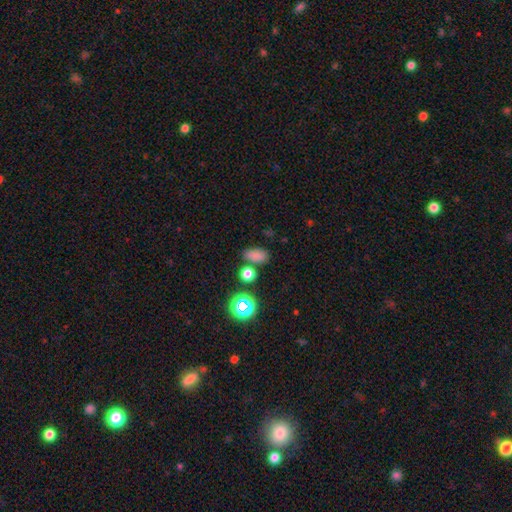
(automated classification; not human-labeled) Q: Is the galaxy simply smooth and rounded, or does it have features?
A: smooth — 77%.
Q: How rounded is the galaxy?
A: in between — 84%.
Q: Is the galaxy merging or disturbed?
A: none — 74%.